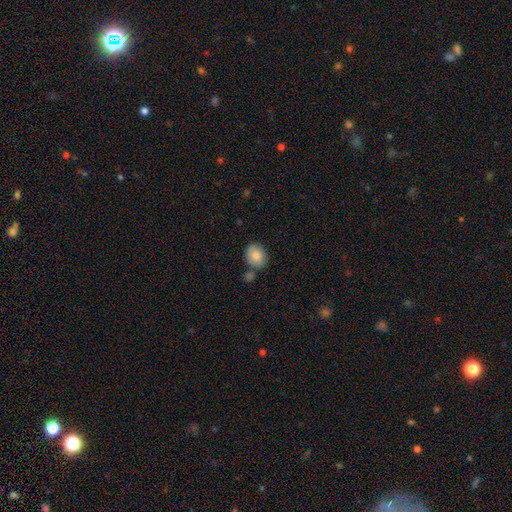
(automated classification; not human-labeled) Q: Smooth or featured?
A: smooth (85%); runner-up: featured or disk (8%)
Q: How rounded?
A: in between (51%); runner-up: round (48%)
Q: Merging?
A: none (65%); runner-up: merger (16%)